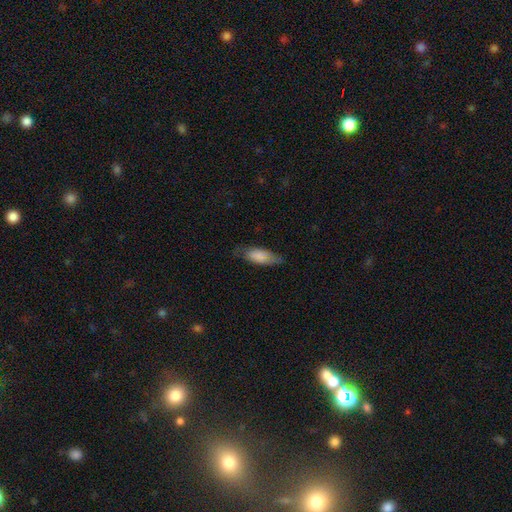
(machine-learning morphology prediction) Overall: smooth (61%; featured or disk 31%). How rounded: in between (69%). Merging: none (60%; minor disturbance 27%).